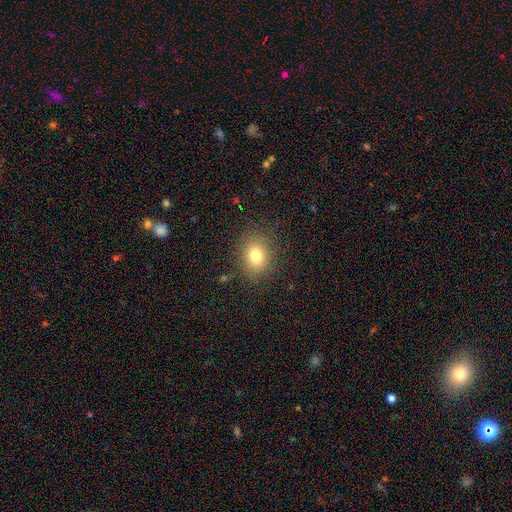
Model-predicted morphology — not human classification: Smooth or featured? smooth (77%)
How rounded? round (56%)
Merging? none (85%)